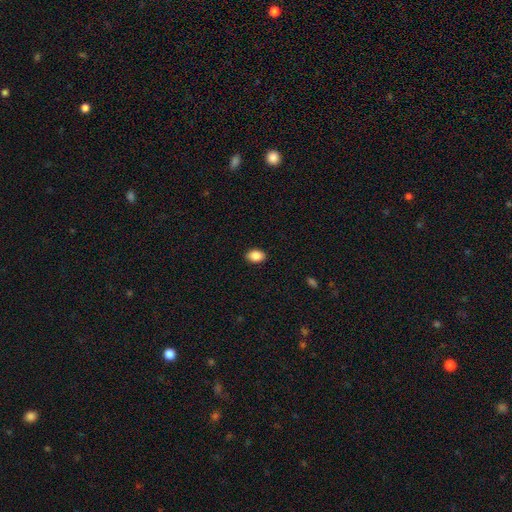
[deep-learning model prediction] A smooth galaxy with no disk features (88%) that is in between round and cigar-shaped (84%).

Vote fractions:
- Smooth or featured? smooth: 88% / star or artifact: 8% / featured or disk: 4%
- How rounded? in between: 84% / round: 15% / cigar-shaped: 1%
- Merging? none: 90% / minor disturbance: 7% / major disturbance: 2% / merger: 1%